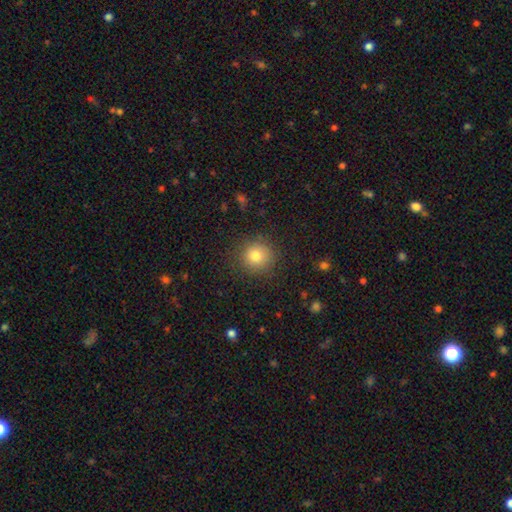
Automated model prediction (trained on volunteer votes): Q: Smooth or featured?
A: smooth (81%); runner-up: star or artifact (12%)
Q: How rounded?
A: round (92%); runner-up: in between (7%)
Q: Merging?
A: none (88%); runner-up: minor disturbance (8%)